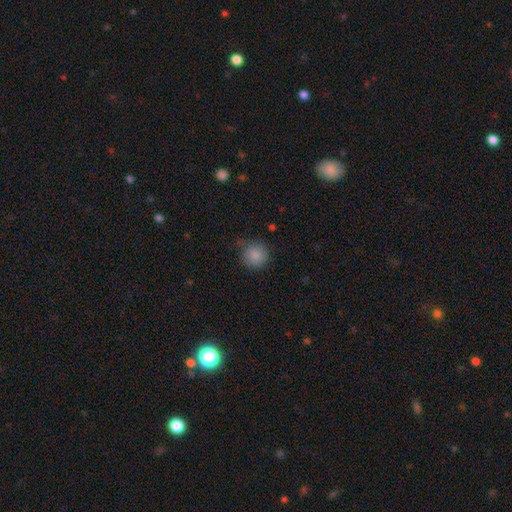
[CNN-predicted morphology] smooth 85%, star or artifact 8%, featured or disk 6%. Down the decision tree: how rounded — round (92%); merging — none (71%).